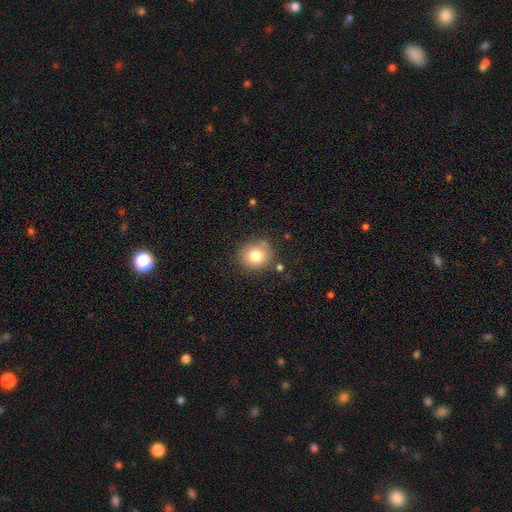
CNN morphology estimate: A smooth galaxy with no disk features (80%) that is round (82%). Merging: none (79%).